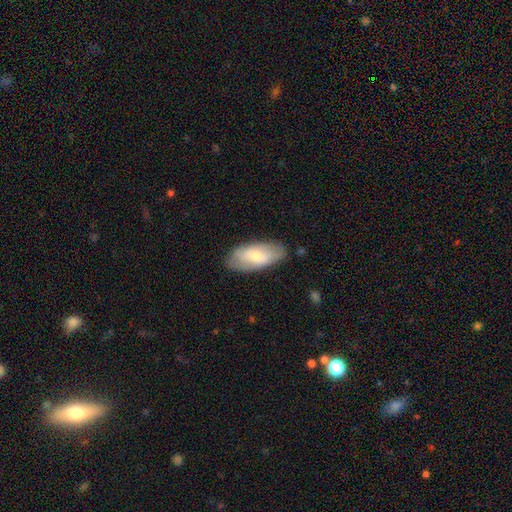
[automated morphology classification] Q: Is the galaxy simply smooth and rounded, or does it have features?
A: smooth — 65%.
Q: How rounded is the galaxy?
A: in between — 89%.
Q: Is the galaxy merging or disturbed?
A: none — 78%.